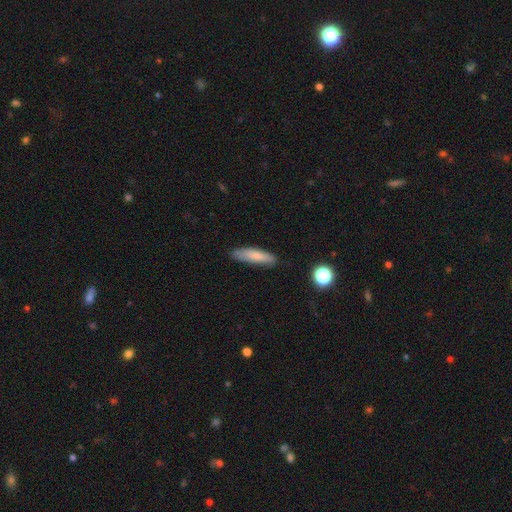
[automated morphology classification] Smooth or featured?
  - smooth: 76% *
  - featured or disk: 16%
  - star or artifact: 7%
How rounded?
  - cigar-shaped: 69% *
  - in between: 29%
  - round: 2%
Merging?
  - none: 81% *
  - minor disturbance: 15%
  - major disturbance: 3%
  - merger: 1%